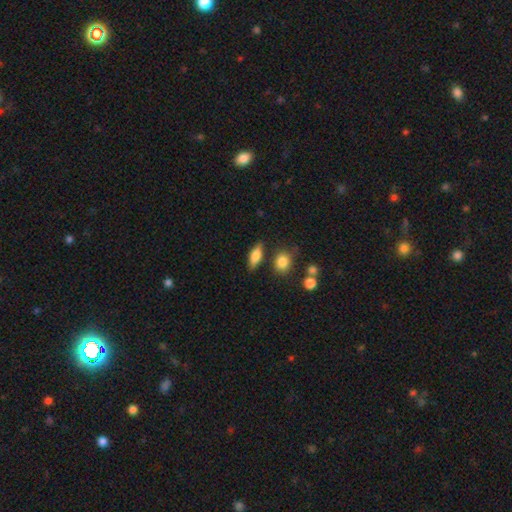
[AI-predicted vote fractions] This appears to be a smooth galaxy with no disk features (73%) that is in between round and cigar-shaped (69%). Merging: none (78%).